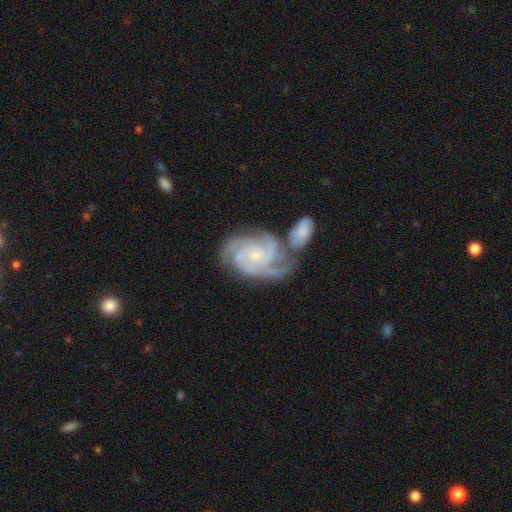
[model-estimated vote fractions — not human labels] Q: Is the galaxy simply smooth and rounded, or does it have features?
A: featured or disk — 90%.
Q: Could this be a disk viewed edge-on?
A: no — 98%.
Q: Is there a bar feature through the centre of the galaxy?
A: no — 66%.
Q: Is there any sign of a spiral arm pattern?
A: yes — 98%.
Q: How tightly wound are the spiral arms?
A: tight — 66%.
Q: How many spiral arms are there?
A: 3 — 44%.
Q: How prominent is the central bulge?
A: small — 66%.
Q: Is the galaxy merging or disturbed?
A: none — 48%.